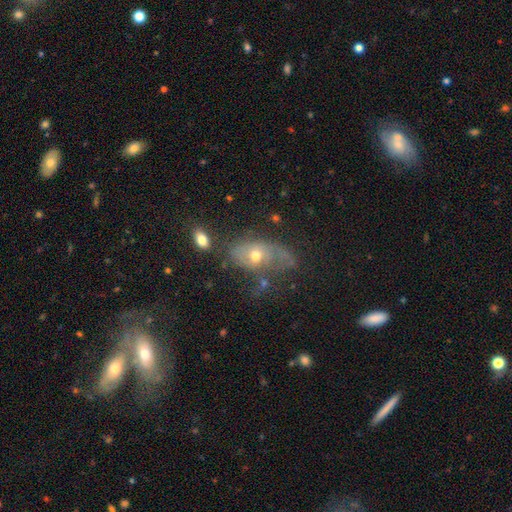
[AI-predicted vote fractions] Smooth or featured: smooth — 45% (featured or disk — 43%)
Merging: major disturbance — 37% (none — 30%)